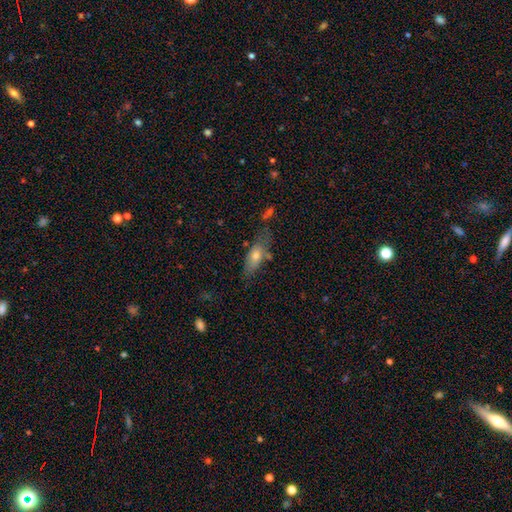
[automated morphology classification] This is possibly a smooth galaxy (59%). How rounded: likely in between (63%). Merging: possibly none (59%).